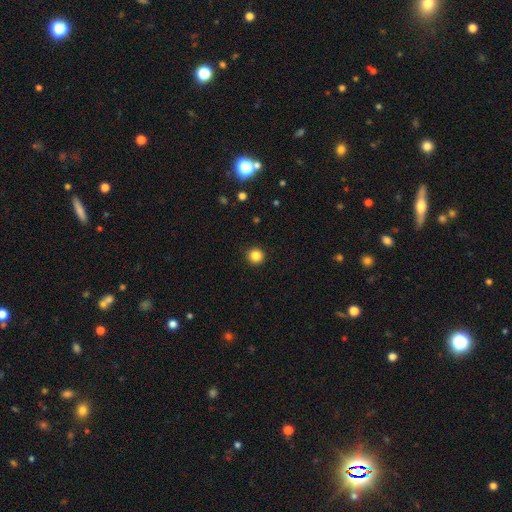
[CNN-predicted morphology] smooth_or_featured: smooth (p=0.84) [alt: star or artifact p=0.11]
how_rounded: round (p=0.95) [alt: in between p=0.04]
merging: none (p=0.93) [alt: minor disturbance p=0.05]